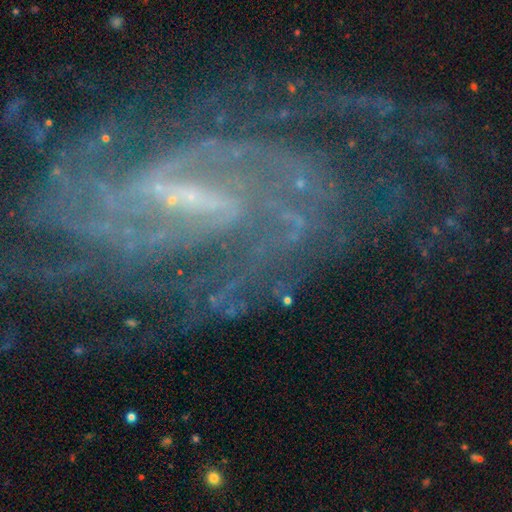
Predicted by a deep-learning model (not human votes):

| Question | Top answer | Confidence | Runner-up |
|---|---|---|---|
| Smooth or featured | featured or disk | 88% | star or artifact (8%) |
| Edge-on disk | no | 97% | yes (3%) |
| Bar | strong | 48% | weak (35%) |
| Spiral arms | yes | 97% | no (3%) |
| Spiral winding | medium | 44% | tight (39%) |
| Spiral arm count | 2 | 36% | can't tell (20%) |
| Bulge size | small | 73% | none (14%) |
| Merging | none | 59% | major disturbance (19%) |